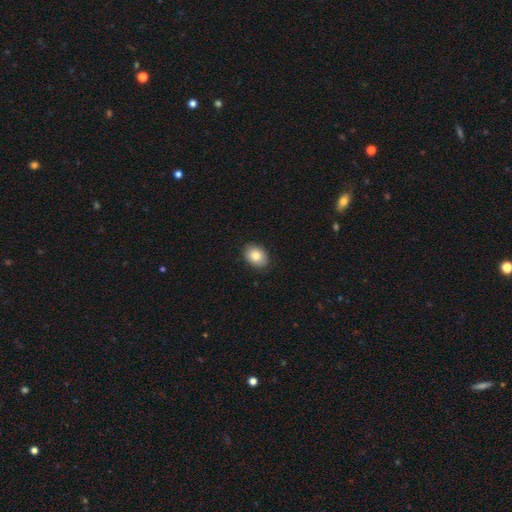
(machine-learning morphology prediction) This is clearly a smooth galaxy (84%). How rounded: likely in between (75%). Merging: clearly none (87%).